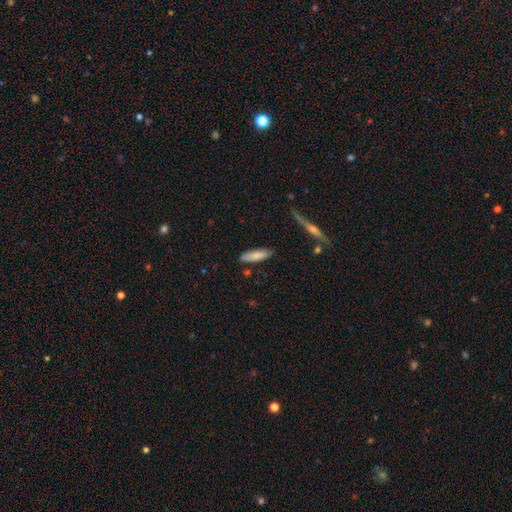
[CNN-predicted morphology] The model was most divided on "how rounded": cigar-shaped: 52%, in between: 47%, round: 2%. More confident: merging — none (83%); smooth or featured — smooth (80%).